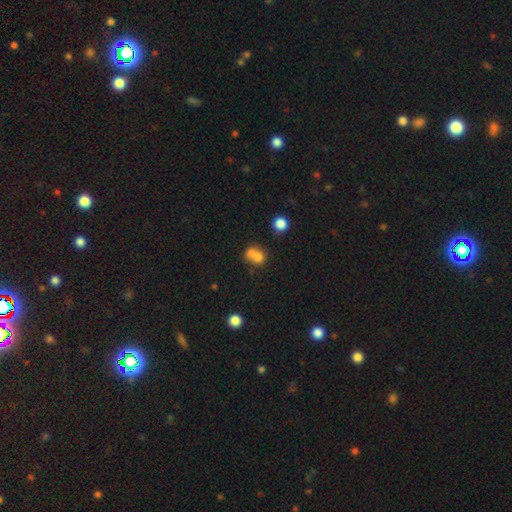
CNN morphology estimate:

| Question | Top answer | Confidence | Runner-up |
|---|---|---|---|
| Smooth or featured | smooth | 70% | featured or disk (17%) |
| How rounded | round | 69% | in between (30%) |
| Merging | merger | 60% | none (28%) |